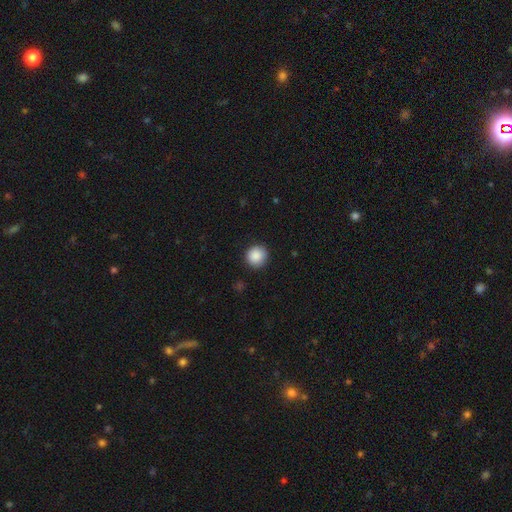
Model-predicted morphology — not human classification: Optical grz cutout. It shows a smooth galaxy with no disk features (88%) that is round (94%). Merging: none (89%).